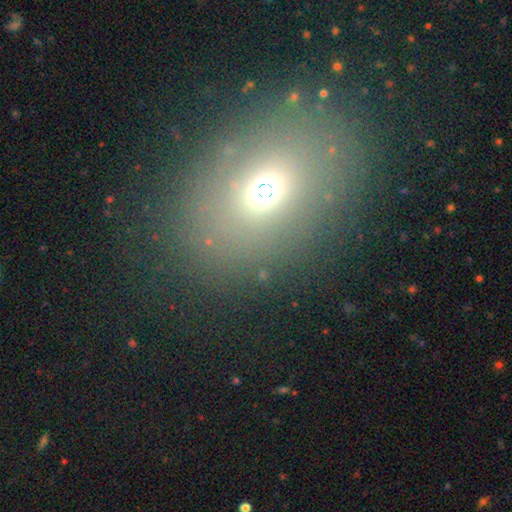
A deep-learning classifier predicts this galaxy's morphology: Q: Smooth or featured?
A: smooth (64%); runner-up: star or artifact (19%)
Q: How rounded?
A: in between (73%); runner-up: round (26%)
Q: Merging?
A: none (81%); runner-up: minor disturbance (11%)